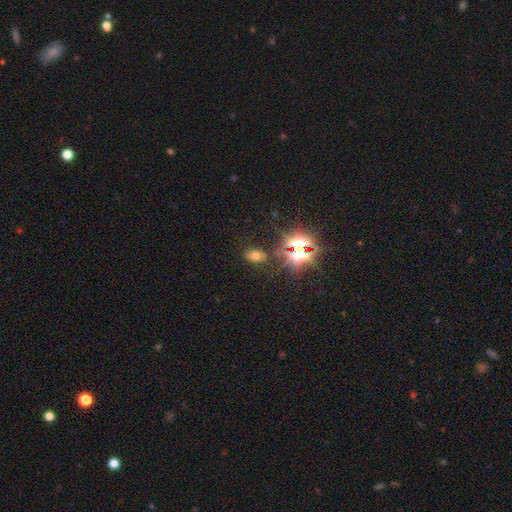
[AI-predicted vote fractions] smooth-or-featured: smooth: 49% | star or artifact: 38% | featured or disk: 13%
  merging: none: 77% | minor disturbance: 14% | major disturbance: 5% | merger: 4%